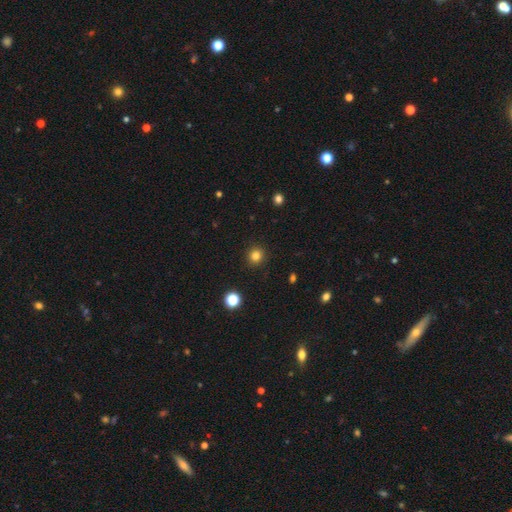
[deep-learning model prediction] Morphology: type=smooth (83%); roundness=round (90%); merging=none (91%).